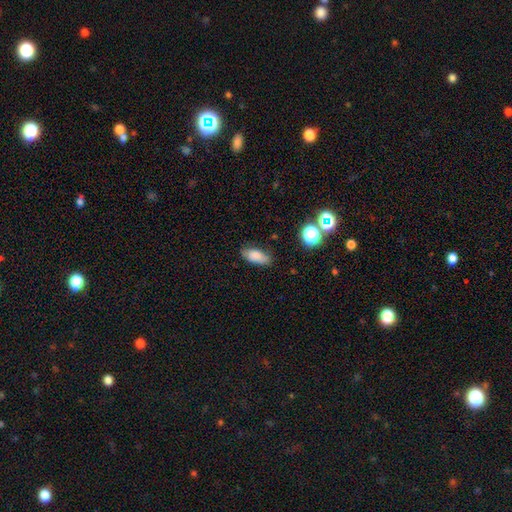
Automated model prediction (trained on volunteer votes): smooth 80%, featured or disk 11%, star or artifact 9%. Down the decision tree: how rounded — in between (82%); merging — none (78%).